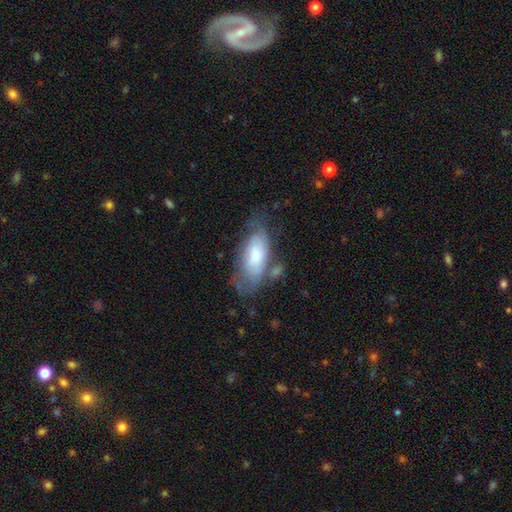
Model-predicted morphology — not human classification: The model was most divided on "merging": none: 44%, minor disturbance: 30%, major disturbance: 18%, merger: 9%. More confident: how rounded — in between (87%); smooth or featured — smooth (62%).